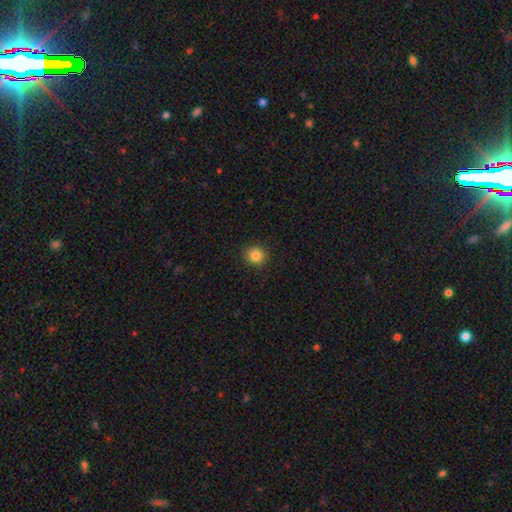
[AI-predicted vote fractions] smooth 83%, star or artifact 11%, featured or disk 5%. Down the decision tree: how rounded — round (87%); merging — none (92%).